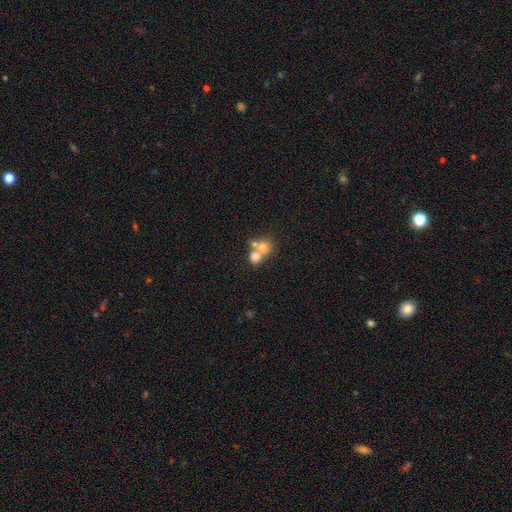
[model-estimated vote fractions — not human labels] Overall: smooth (70%). How rounded: round (76%). Merging: merger (60%; none 31%).